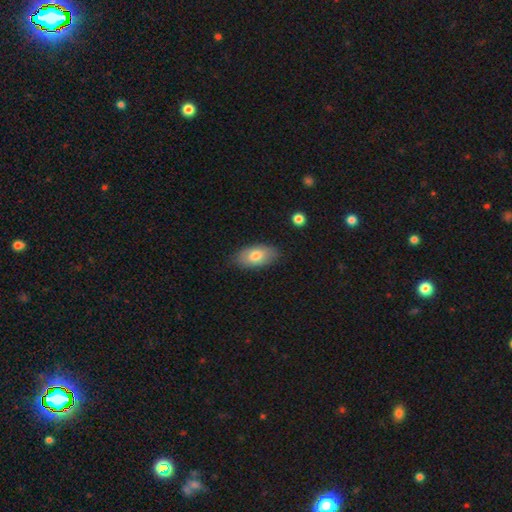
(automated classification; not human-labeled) A smooth galaxy with no disk features (75%) that is in between round and cigar-shaped (93%).

Vote fractions:
- Smooth or featured? smooth: 75% / featured or disk: 18% / star or artifact: 7%
- How rounded? in between: 93% / round: 5% / cigar-shaped: 3%
- Merging? none: 79% / minor disturbance: 16% / major disturbance: 3% / merger: 1%